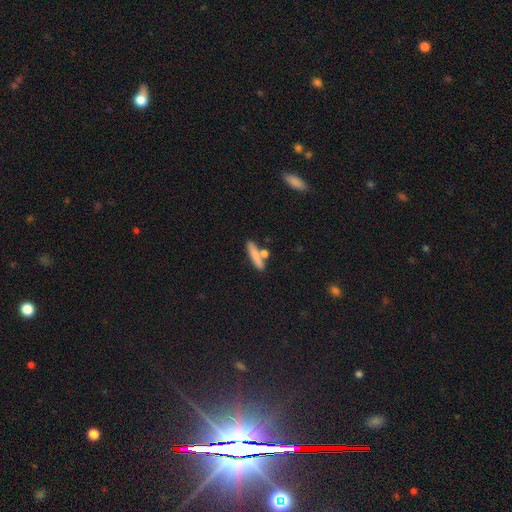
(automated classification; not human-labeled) A smooth galaxy with no disk features (76%) that is cigar-shaped (78%). Merging: none (67%).